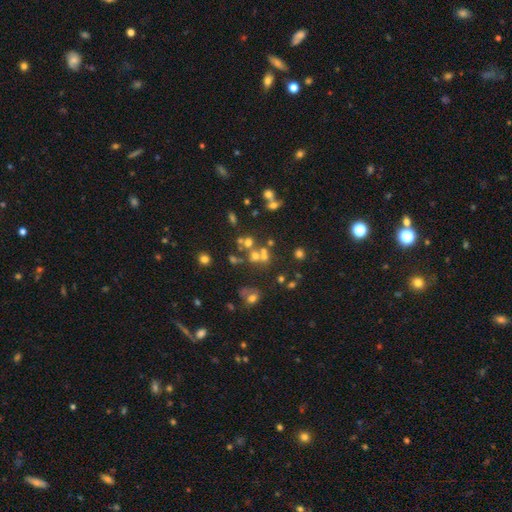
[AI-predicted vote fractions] A smooth galaxy with no disk features (39%, tied with star or artifact).

Vote fractions:
- Smooth or featured? smooth: 39% (tied) / star or artifact: 39% (tied) / featured or disk: 22%
- Merging? none: 51% / merger: 32% / minor disturbance: 10% / major disturbance: 7%